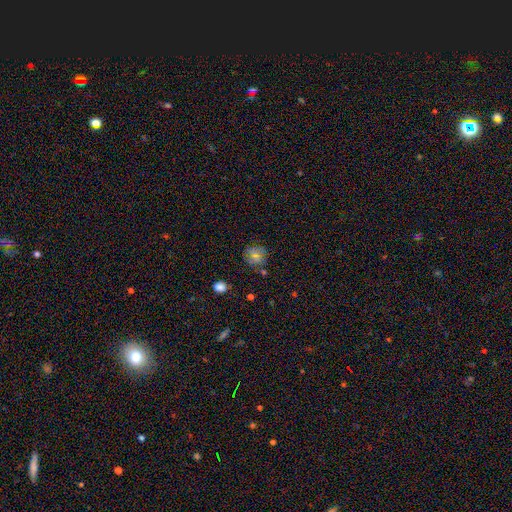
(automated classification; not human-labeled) This is possibly a smooth galaxy (49%). Merging: likely none (76%).